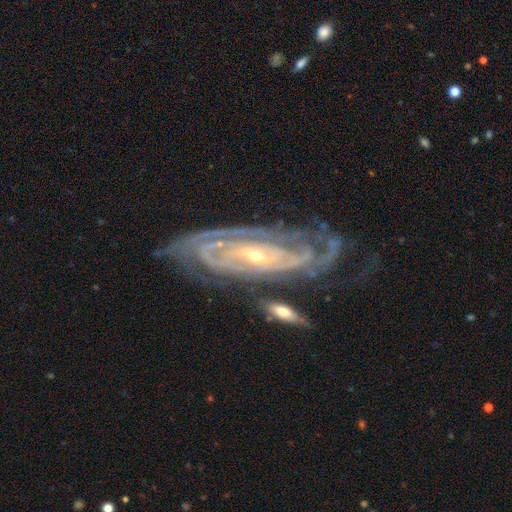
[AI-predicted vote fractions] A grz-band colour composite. It shows a featured or disk galaxy (91%) with no bar (51%), tight (77%) spiral arms (98%) and a small central bulge (74%). Merging: none (66%).